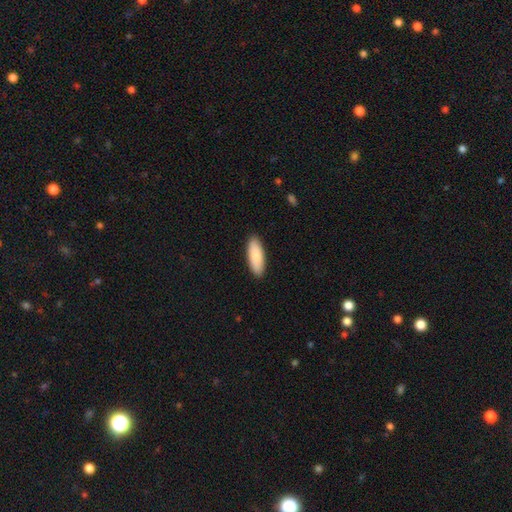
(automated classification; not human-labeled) This is clearly a smooth galaxy (88%). How rounded: likely in between (68%). Merging: clearly none (90%).